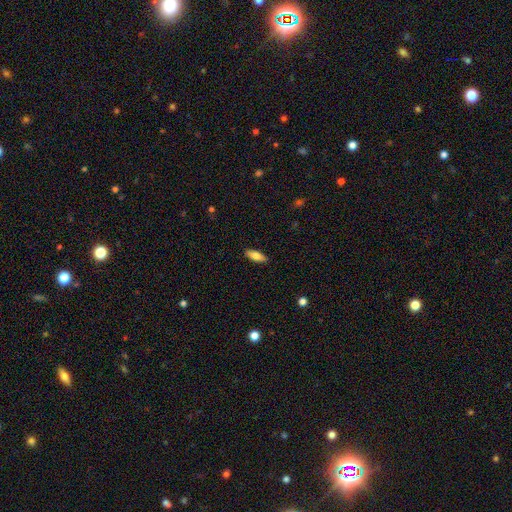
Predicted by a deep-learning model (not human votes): This is likely a smooth galaxy (77%). How rounded: likely in between (70%). Merging: clearly none (89%).